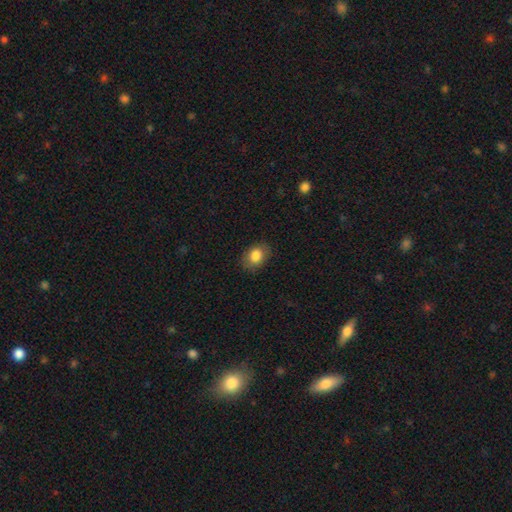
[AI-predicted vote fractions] Morphology: type=smooth (84%); roundness=in between (68%); merging=none (82%).